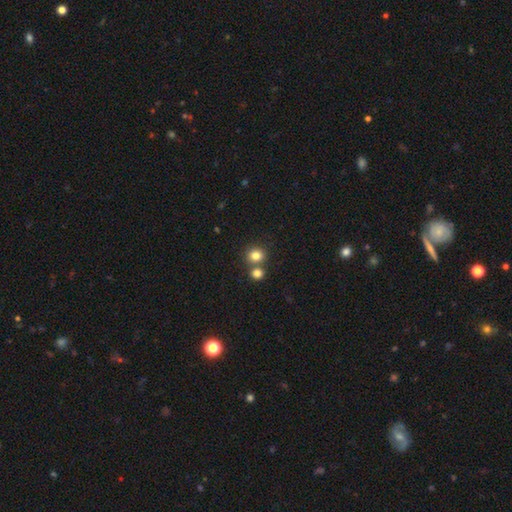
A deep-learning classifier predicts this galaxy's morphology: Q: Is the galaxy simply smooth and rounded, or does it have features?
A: smooth — 81%.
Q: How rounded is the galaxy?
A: round — 81%.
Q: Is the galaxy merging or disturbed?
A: none — 61%.